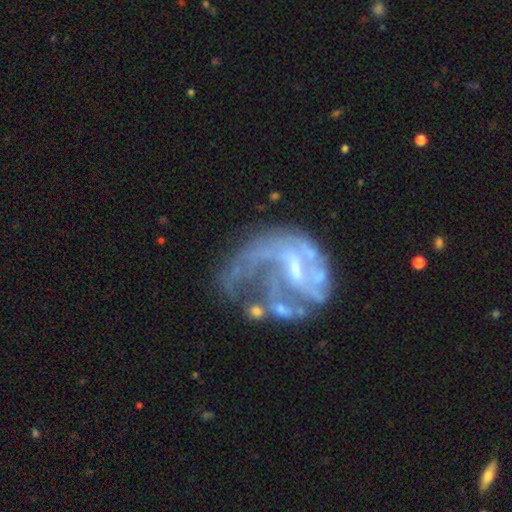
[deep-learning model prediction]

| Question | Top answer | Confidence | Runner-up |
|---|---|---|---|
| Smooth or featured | featured or disk | 75% | star or artifact (13%) |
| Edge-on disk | no | 98% | yes (2%) |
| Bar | no | 49% | weak (38%) |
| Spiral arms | yes | 59% | no (41%) |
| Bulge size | small | 47% | none (30%) |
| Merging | major disturbance | 45% | none (27%) |